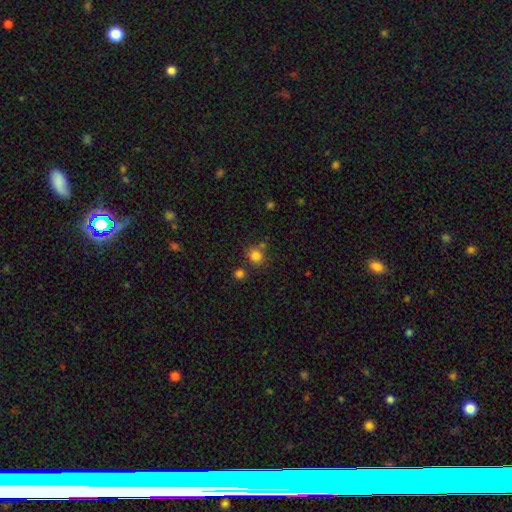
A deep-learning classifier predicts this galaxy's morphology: The model was most divided on "merging": none: 71%, merger: 14%, minor disturbance: 11%, major disturbance: 4%. More confident: smooth or featured — smooth (82%); how rounded — round (81%).